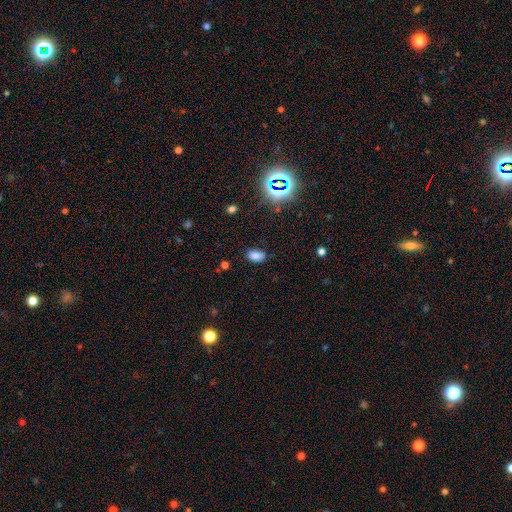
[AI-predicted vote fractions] smooth_or_featured: smooth (p=0.77) [alt: star or artifact p=0.17]
how_rounded: in between (p=0.91) [alt: round p=0.07]
merging: none (p=0.82) [alt: minor disturbance p=0.13]